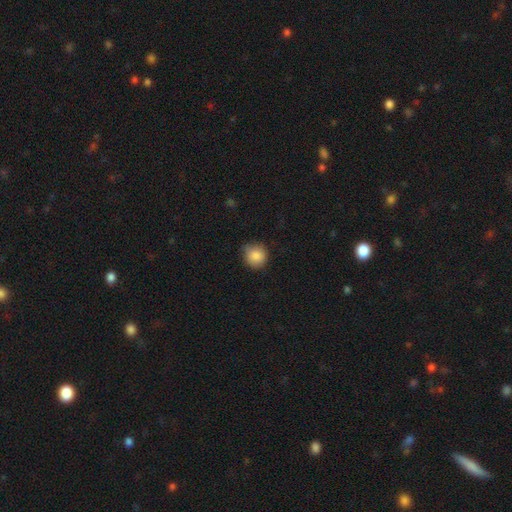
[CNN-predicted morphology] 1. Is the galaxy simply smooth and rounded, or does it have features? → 87% smooth, 9% star or artifact, 5% featured or disk.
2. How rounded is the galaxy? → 89% round, 10% in between, 1% cigar-shaped.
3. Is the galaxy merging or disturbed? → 71% none, 24% minor disturbance, 4% major disturbance, 1% merger.